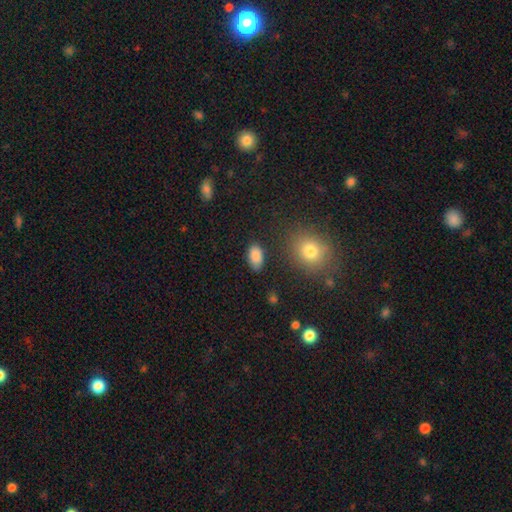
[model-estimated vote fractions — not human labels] Smooth or featured: smooth — 87% (star or artifact — 8%)
How rounded: in between — 92% (round — 6%)
Merging: none — 82% (minor disturbance — 13%)